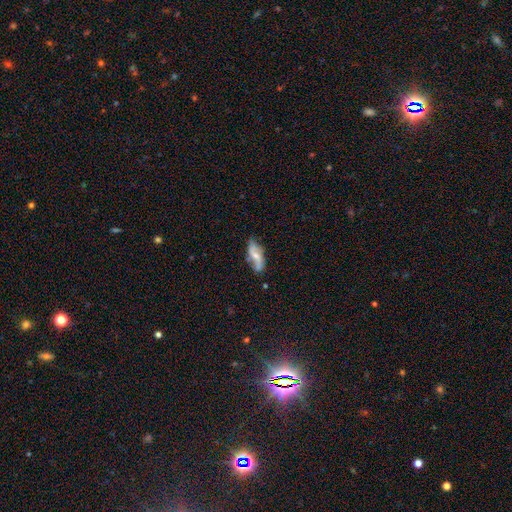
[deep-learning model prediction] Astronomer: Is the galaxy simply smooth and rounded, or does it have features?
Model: featured or disk — 56% (runner-up: smooth, 37%).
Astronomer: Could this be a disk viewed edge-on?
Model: no — 88%.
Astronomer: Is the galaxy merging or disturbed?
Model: none — 63%.